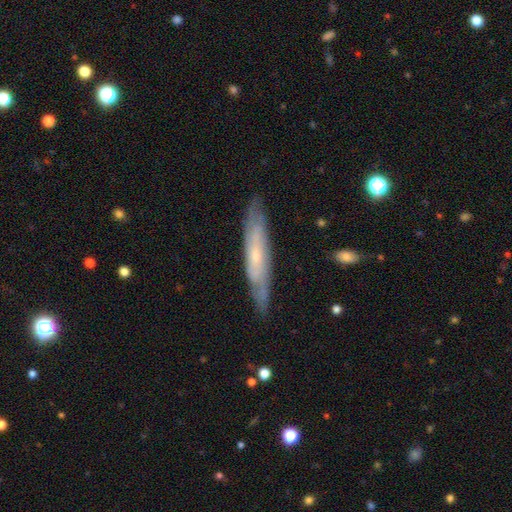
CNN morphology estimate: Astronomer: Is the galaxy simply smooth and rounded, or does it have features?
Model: featured or disk — 61%.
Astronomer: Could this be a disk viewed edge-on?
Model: yes — 59% (runner-up: no, 41%).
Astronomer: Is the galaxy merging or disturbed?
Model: none — 81%.